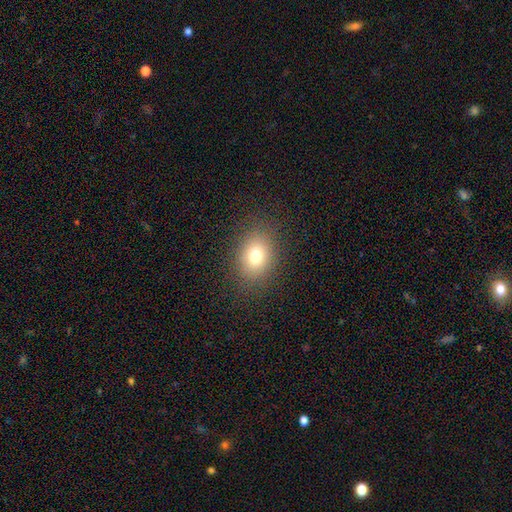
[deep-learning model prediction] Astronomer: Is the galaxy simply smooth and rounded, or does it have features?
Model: smooth — 75%.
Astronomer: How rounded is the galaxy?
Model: in between — 59% (runner-up: round, 40%).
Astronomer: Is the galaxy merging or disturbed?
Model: none — 86%.